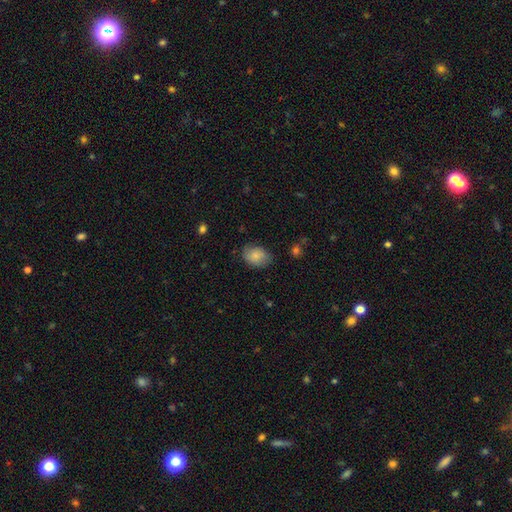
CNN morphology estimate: Smooth or featured? Predicted: smooth (p=0.82). How rounded? Predicted: in between (p=0.78). Merging? Predicted: none (p=0.74).